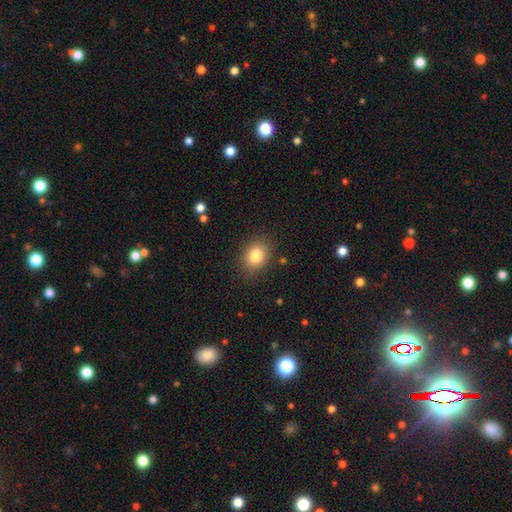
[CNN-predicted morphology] type=smooth (82%); roundness=in between (56%); merging=none (86%).